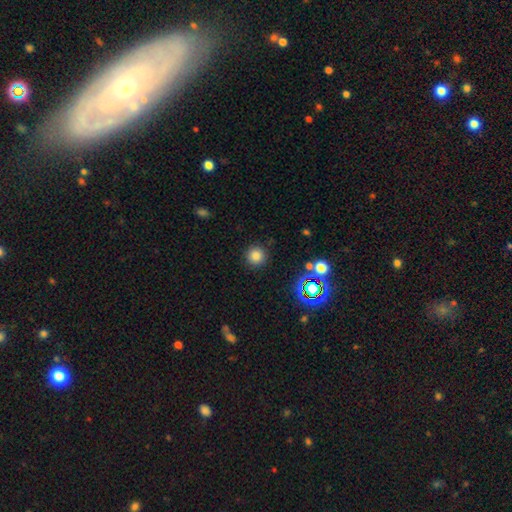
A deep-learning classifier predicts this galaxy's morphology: Smooth or featured?
  - smooth: 79% *
  - star or artifact: 16%
  - featured or disk: 5%
How rounded?
  - round: 94% *
  - in between: 5%
  - cigar-shaped: 1%
Merging?
  - none: 90% *
  - minor disturbance: 6%
  - major disturbance: 3%
  - merger: 2%